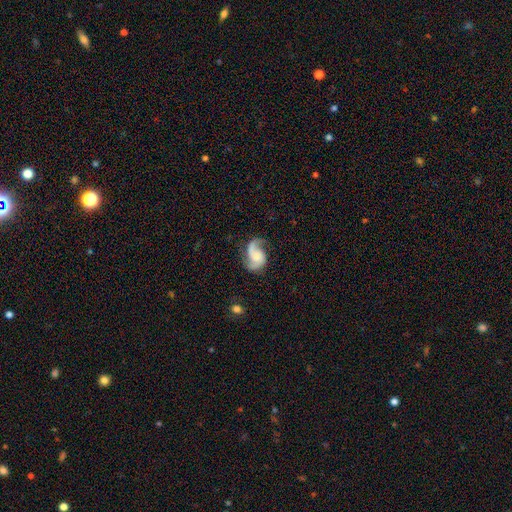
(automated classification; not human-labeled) Overall: featured or disk (85%). Edge-on disk: no (98%). Bar: no (61%; weak 32%). Spiral arms: yes (97%). Spiral arm count: 2 (85%). Spiral winding: medium (45%; loose 42%). Bulge size: small (37%; moderate 34%). Merging: none (64%).